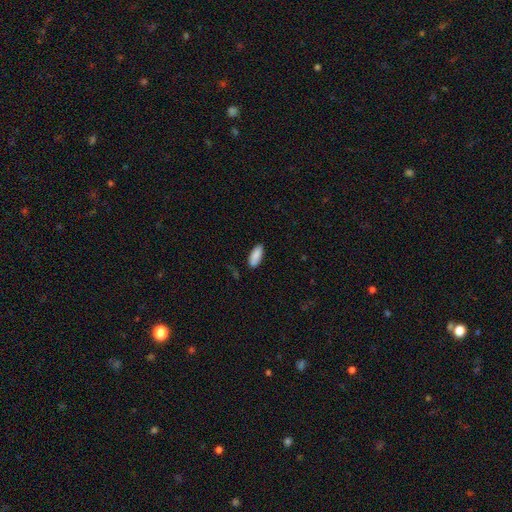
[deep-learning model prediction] smooth-or-featured: smooth: 89% | star or artifact: 6% | featured or disk: 5%
  how-rounded: in between: 83% | cigar-shaped: 15% | round: 2%
  merging: none: 83% | minor disturbance: 13% | major disturbance: 2% | merger: 1%